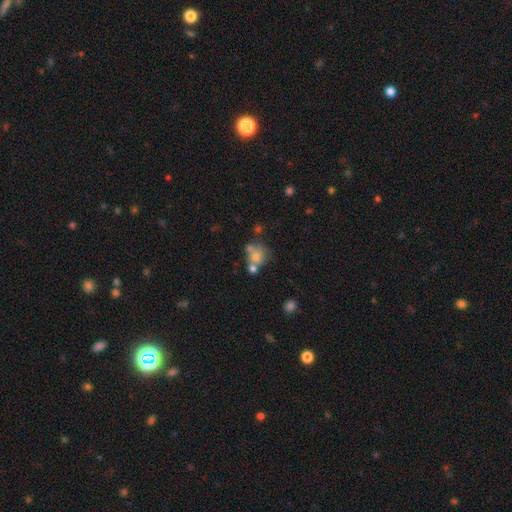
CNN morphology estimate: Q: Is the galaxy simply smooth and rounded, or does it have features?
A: smooth — 67%.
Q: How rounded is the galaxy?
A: round — 72%.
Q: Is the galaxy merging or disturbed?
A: merger — 42%.